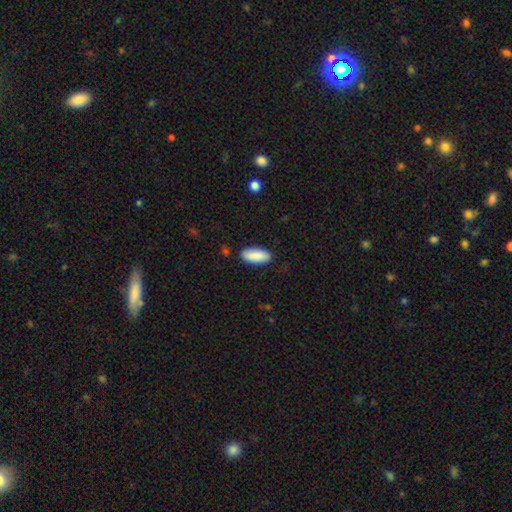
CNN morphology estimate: This appears to be a smooth galaxy with no disk features (89%) that is in between round and cigar-shaped (82%). Merging: none (87%).